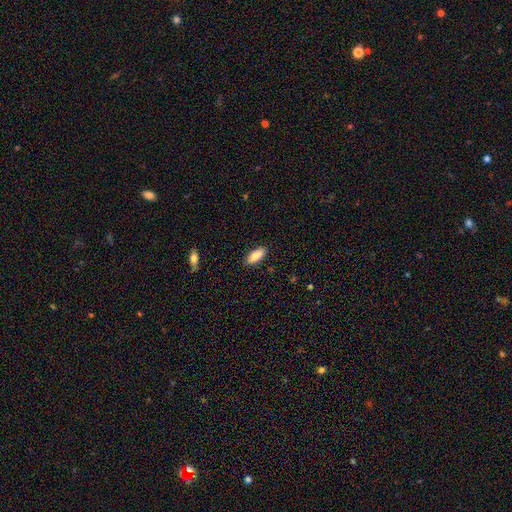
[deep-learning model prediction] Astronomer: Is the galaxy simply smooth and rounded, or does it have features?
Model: smooth — 86%.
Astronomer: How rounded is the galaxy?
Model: in between — 76%.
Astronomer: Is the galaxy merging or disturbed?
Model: none — 87%.